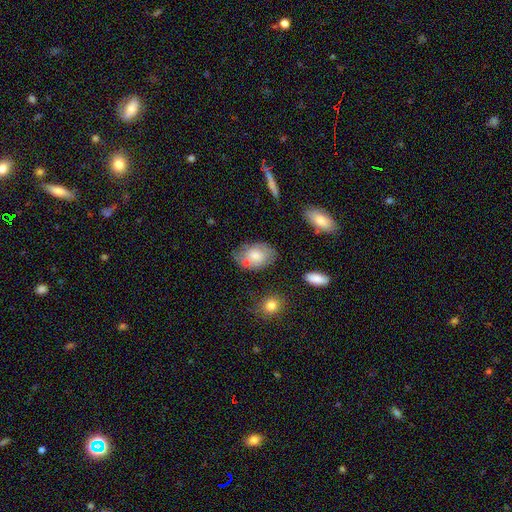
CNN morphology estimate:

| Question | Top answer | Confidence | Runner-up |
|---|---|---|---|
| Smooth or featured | smooth | 68% | featured or disk (25%) |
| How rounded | in between | 83% | round (16%) |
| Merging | none | 58% | minor disturbance (26%) |